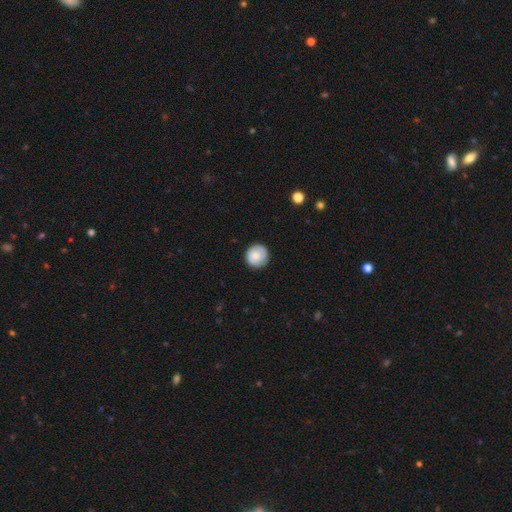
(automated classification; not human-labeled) This appears to be a smooth galaxy with no disk features (82%) that is round (95%). Merging: none (88%).